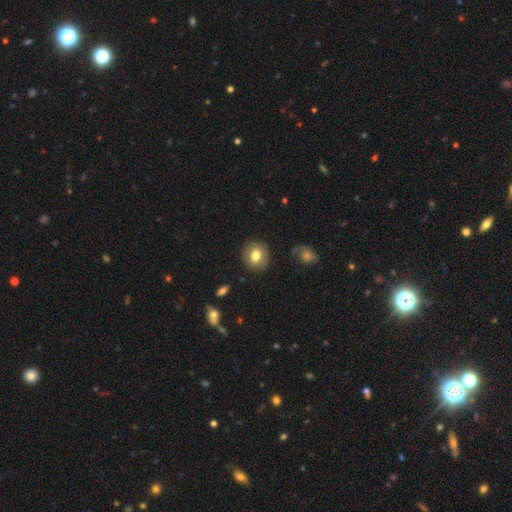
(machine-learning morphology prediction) type=smooth (77%); roundness=round (72%); merging=none (87%).